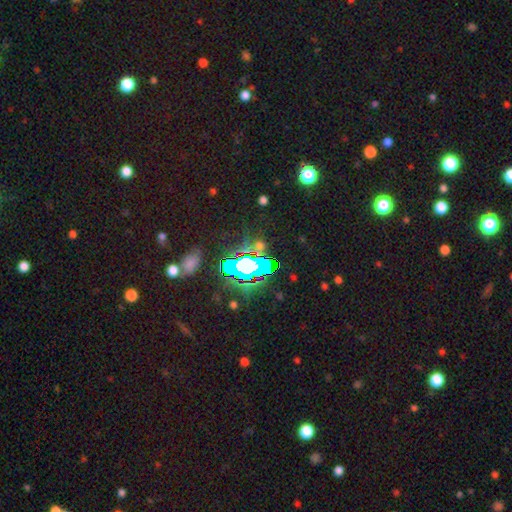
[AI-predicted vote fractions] star or artifact 60%, smooth 24%, featured or disk 16%.